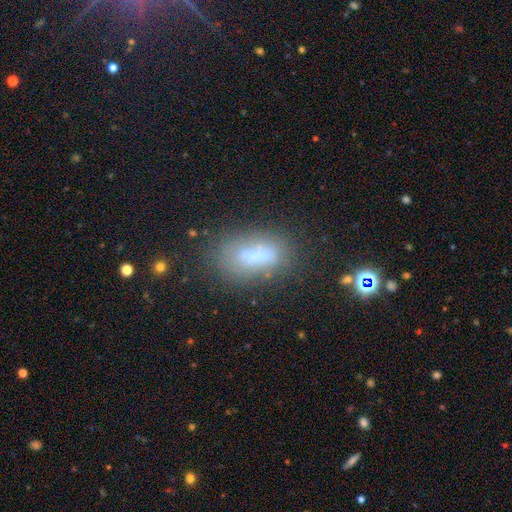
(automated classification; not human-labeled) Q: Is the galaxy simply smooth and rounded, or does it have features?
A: smooth — 63%.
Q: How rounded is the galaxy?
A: in between — 81%.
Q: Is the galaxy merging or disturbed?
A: none — 56%.